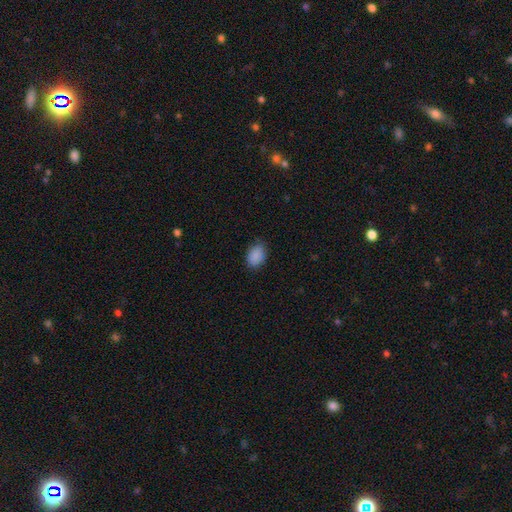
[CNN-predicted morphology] Q: Smooth or featured?
A: smooth (89%); runner-up: star or artifact (8%)
Q: How rounded?
A: in between (77%); runner-up: round (22%)
Q: Merging?
A: none (77%); runner-up: minor disturbance (19%)